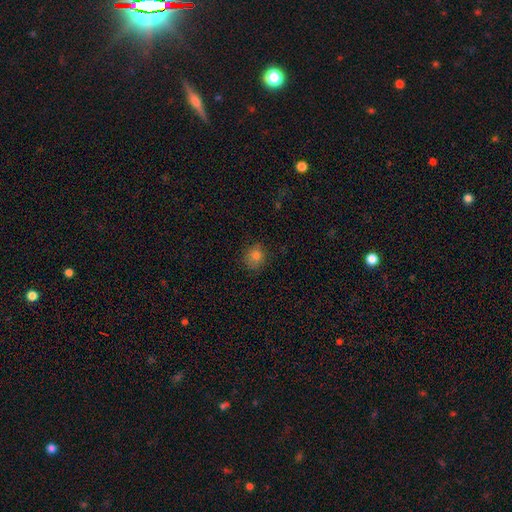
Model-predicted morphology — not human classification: Smooth or featured: smooth — 79% (star or artifact — 14%)
How rounded: round — 73% (in between — 26%)
Merging: none — 81% (minor disturbance — 14%)